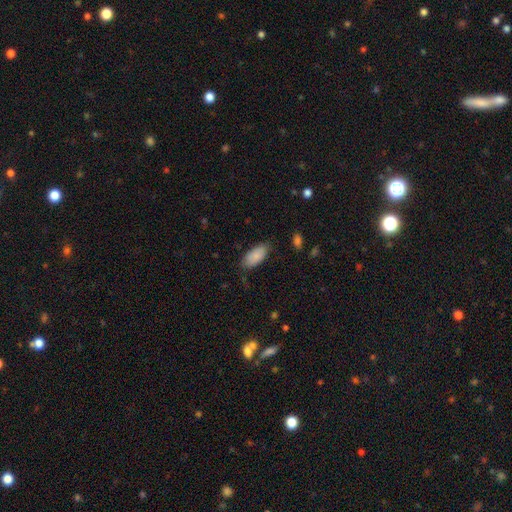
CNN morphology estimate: Smooth or featured? smooth (86%)
How rounded? in between (91%)
Merging? none (78%)